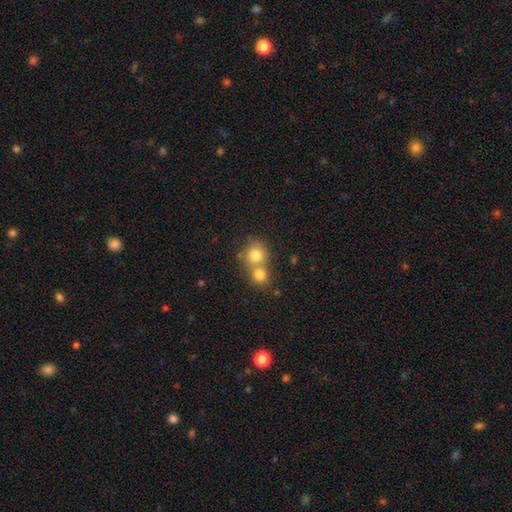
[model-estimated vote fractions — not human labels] A smooth galaxy with no disk features (77%) that is round (82%). Merging: merger (55%).